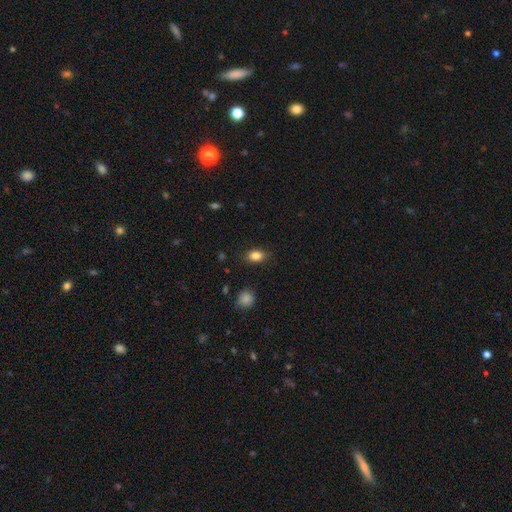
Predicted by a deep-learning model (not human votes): smooth_or_featured: smooth (p=0.85) [alt: star or artifact p=0.09]
how_rounded: in between (p=0.80) [alt: round p=0.18]
merging: none (p=0.85) [alt: minor disturbance p=0.11]